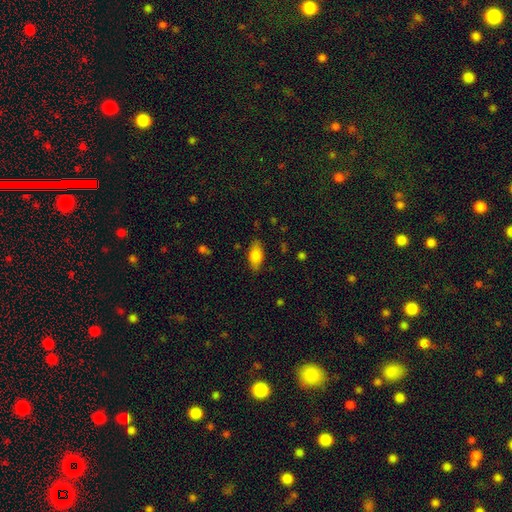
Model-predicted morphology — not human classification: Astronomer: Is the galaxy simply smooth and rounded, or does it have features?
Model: smooth — 78%.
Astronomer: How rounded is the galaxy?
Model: in between — 87%.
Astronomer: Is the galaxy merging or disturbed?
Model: none — 82%.